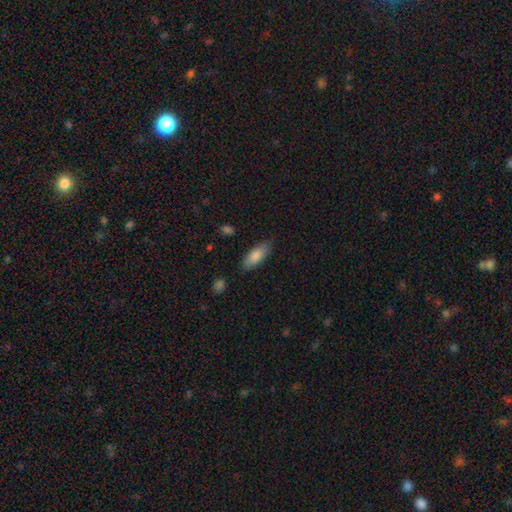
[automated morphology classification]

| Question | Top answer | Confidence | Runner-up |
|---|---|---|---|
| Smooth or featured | smooth | 82% | featured or disk (12%) |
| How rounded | in between | 73% | cigar-shaped (25%) |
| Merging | none | 82% | minor disturbance (13%) |